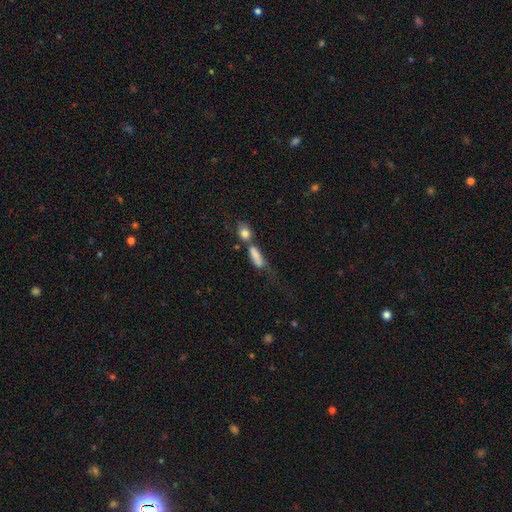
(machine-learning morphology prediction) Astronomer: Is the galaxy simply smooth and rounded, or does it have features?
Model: smooth — 74%.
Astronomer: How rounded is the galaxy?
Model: in between — 55% (runner-up: cigar-shaped, 38%).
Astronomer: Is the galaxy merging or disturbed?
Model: merger — 48% (runner-up: none, 23%).